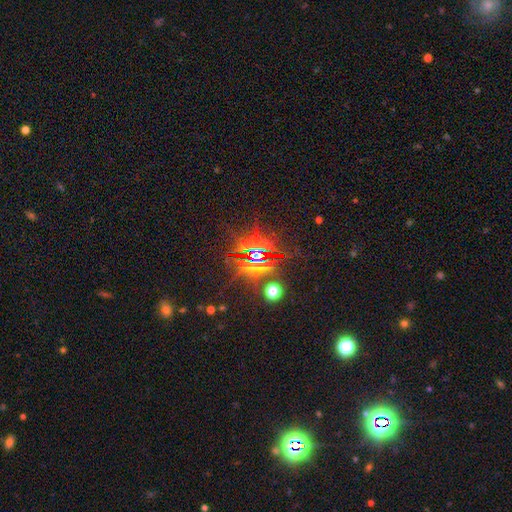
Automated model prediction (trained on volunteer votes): A star or artifact, not a galaxy (80%).